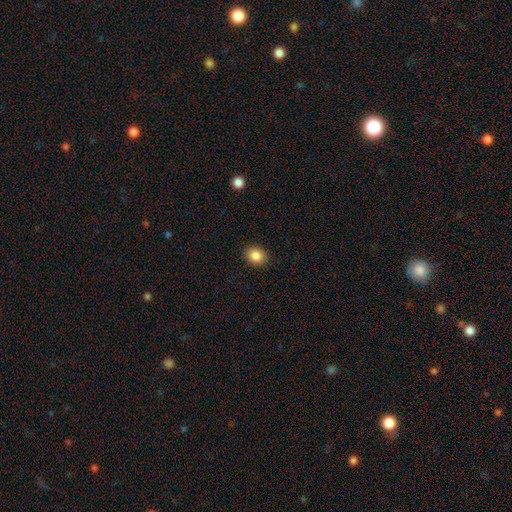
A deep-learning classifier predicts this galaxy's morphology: smooth_or_featured: smooth (p=0.86) [alt: star or artifact p=0.09]
how_rounded: round (p=0.58) [alt: in between p=0.41]
merging: none (p=0.90) [alt: minor disturbance p=0.07]